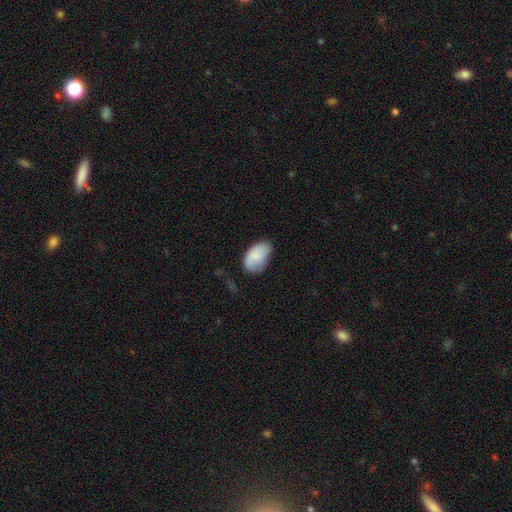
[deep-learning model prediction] Smooth or featured?
  - smooth: 80% *
  - featured or disk: 13%
  - star or artifact: 7%
How rounded?
  - in between: 92% *
  - round: 7%
  - cigar-shaped: 1%
Merging?
  - none: 57% *
  - minor disturbance: 32%
  - major disturbance: 9%
  - merger: 2%